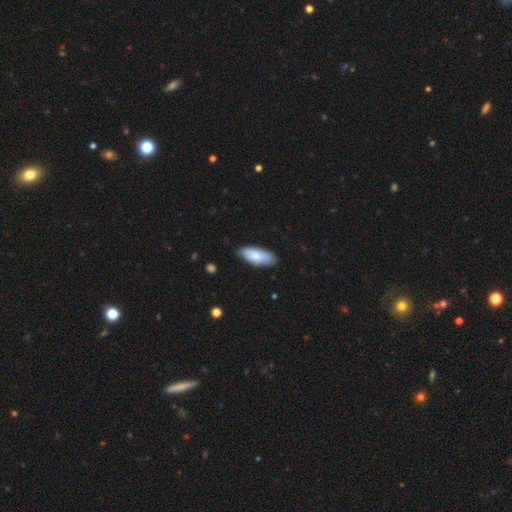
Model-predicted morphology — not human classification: smooth-or-featured: smooth: 81% | featured or disk: 14% | star or artifact: 6%
  how-rounded: in between: 79% | cigar-shaped: 20% | round: 2%
  merging: none: 76% | minor disturbance: 20% | major disturbance: 3% | merger: 1%